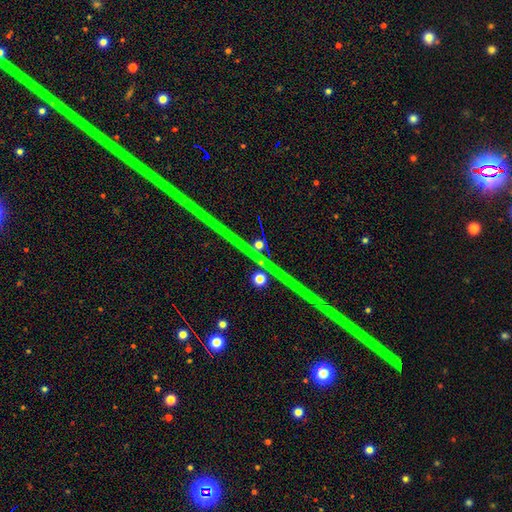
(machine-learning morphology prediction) Smooth or featured? Predicted: star or artifact (p=0.86).